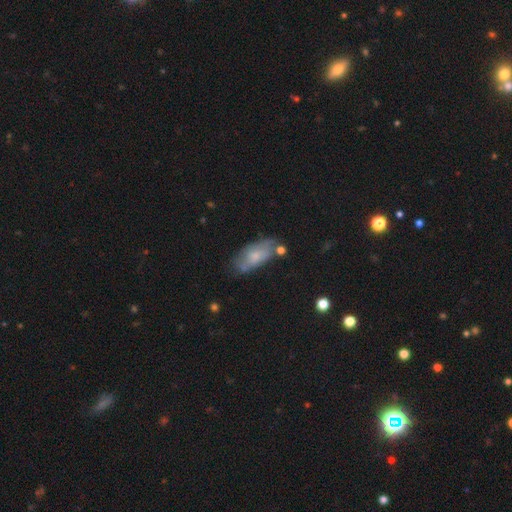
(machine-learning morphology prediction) Smooth or featured? Predicted: smooth (p=0.59). How rounded? Predicted: in between (p=0.84). Merging? Predicted: none (p=0.57).